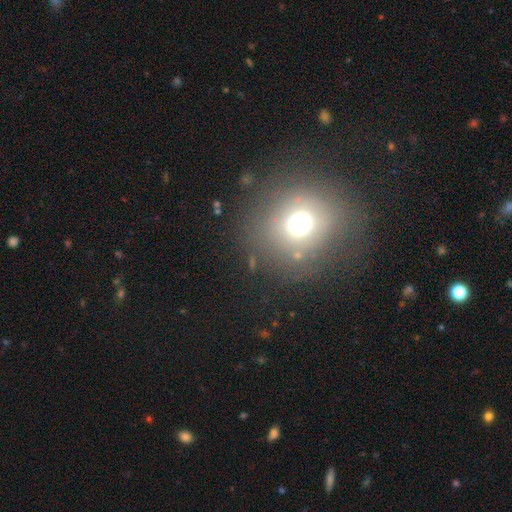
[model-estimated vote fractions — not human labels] Q: Smooth or featured?
A: smooth (61%); runner-up: star or artifact (23%)
Q: How rounded?
A: round (85%); runner-up: in between (14%)
Q: Merging?
A: none (79%); runner-up: minor disturbance (12%)